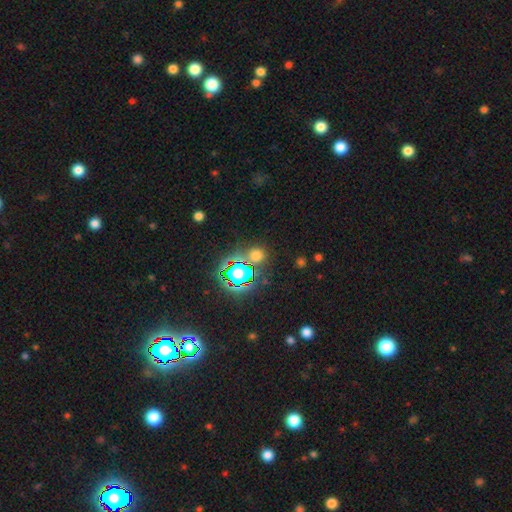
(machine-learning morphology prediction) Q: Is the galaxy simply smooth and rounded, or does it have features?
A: smooth — 52%.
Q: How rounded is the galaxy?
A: round — 84%.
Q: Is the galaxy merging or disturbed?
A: none — 79%.